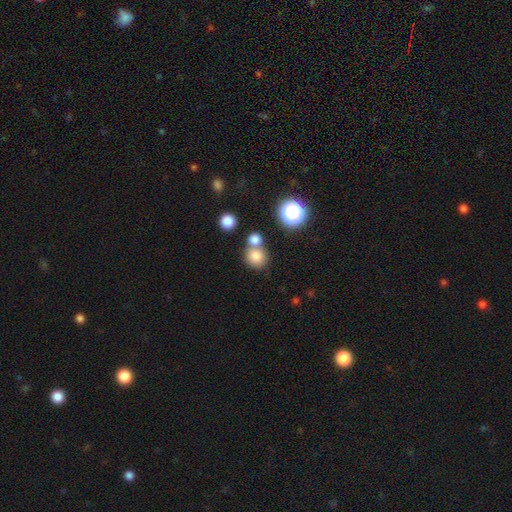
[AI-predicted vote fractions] The model was most divided on "merging": none: 56%, merger: 32%, minor disturbance: 8%, major disturbance: 3%. More confident: how rounded — round (84%); smooth or featured — smooth (78%).